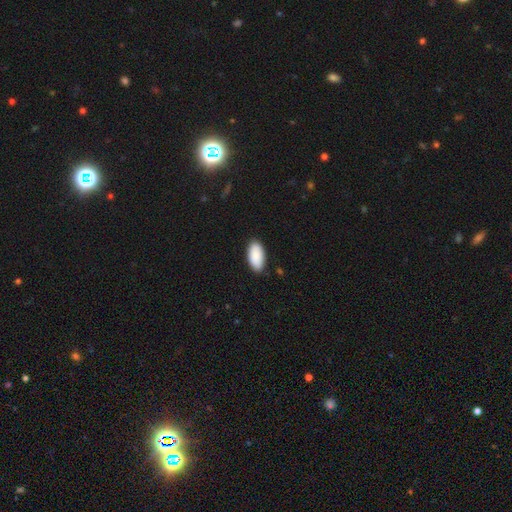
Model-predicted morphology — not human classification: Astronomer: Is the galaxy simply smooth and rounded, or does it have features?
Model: smooth — 90%.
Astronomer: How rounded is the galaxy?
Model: in between — 95%.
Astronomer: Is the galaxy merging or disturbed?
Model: none — 87%.